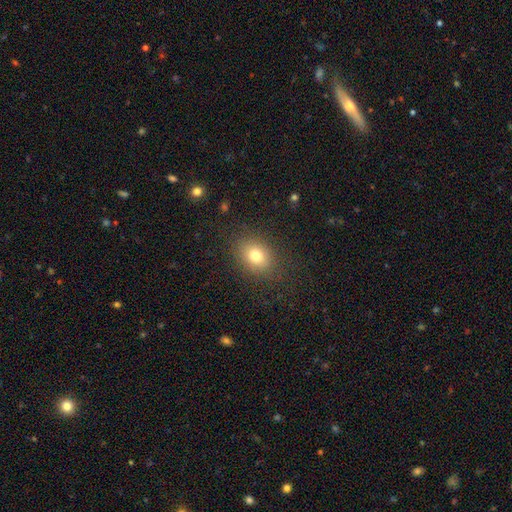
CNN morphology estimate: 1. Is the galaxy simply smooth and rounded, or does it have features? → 77% smooth, 12% star or artifact, 10% featured or disk.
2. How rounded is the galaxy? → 54% in between, 45% round, 1% cigar-shaped.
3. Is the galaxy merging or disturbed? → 84% none, 10% minor disturbance, 5% major disturbance, 1% merger.